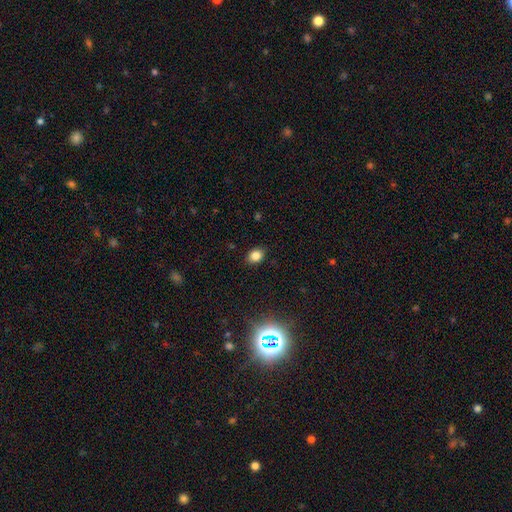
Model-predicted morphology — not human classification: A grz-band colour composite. It shows a smooth galaxy with no disk features (83%) that is in between round and cigar-shaped (60%). Merging: none (87%).